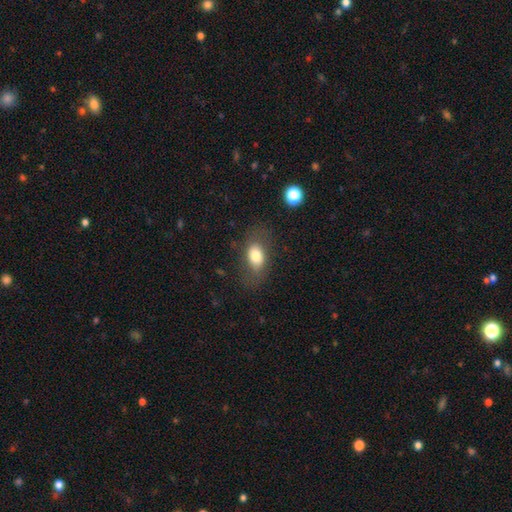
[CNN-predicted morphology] type=smooth (75%); roundness=in between (81%); merging=none (70%).